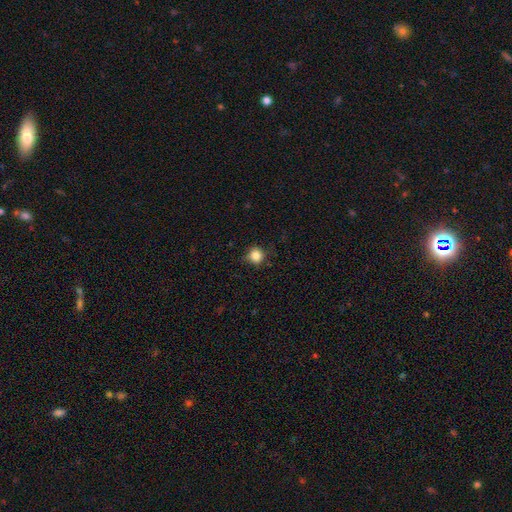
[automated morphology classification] This is clearly a smooth galaxy (84%). How rounded: clearly round (90%). Merging: clearly none (81%).